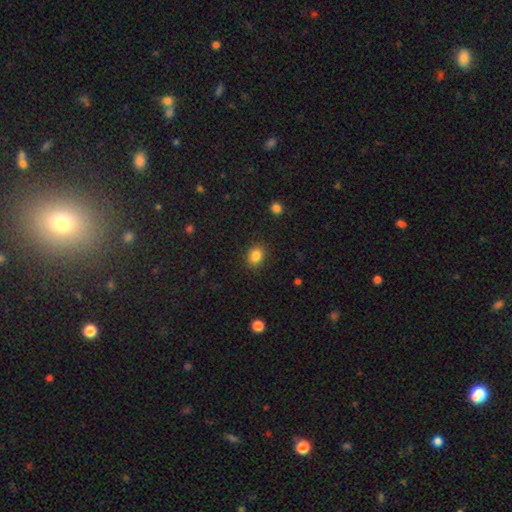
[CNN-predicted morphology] type=smooth (85%); roundness=in between (52%); merging=none (87%).